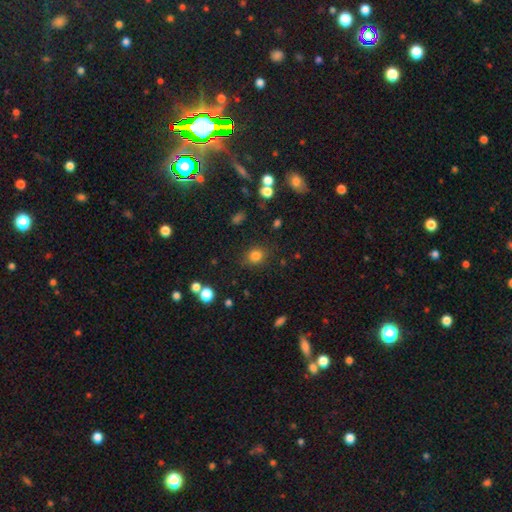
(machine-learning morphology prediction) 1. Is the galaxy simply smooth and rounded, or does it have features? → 80% smooth, 14% star or artifact, 6% featured or disk.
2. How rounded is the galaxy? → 72% round, 27% in between, 1% cigar-shaped.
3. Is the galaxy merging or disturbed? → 83% none, 10% minor disturbance, 4% major disturbance, 3% merger.